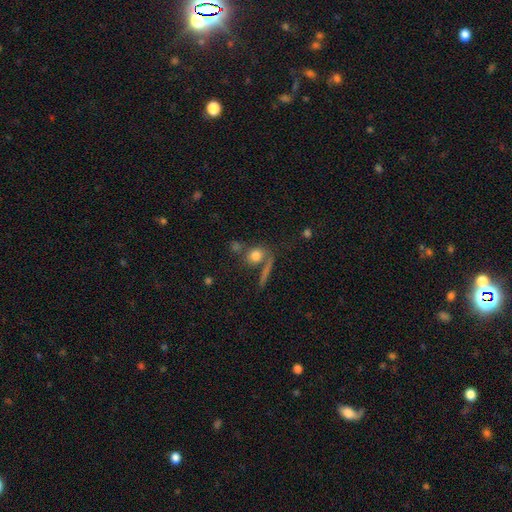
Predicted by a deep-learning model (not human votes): Smooth or featured? Predicted: smooth (p=0.74). How rounded? Predicted: round (p=0.66). Merging? Predicted: none (p=0.58).